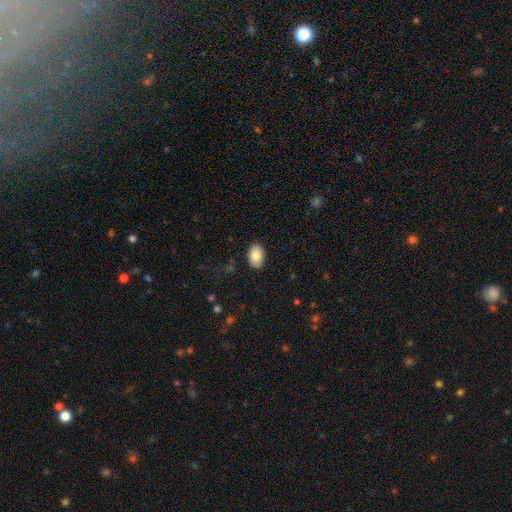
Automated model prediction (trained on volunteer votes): Q: Smooth or featured?
A: smooth (85%); runner-up: featured or disk (8%)
Q: How rounded?
A: in between (89%); runner-up: round (10%)
Q: Merging?
A: none (88%); runner-up: minor disturbance (9%)